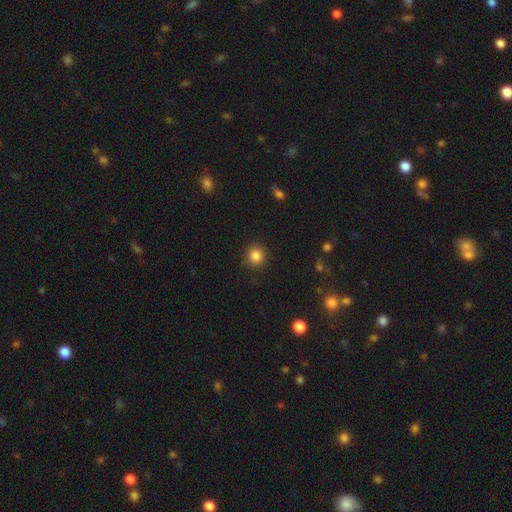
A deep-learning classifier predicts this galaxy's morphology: Q: Smooth or featured?
A: smooth (85%); runner-up: star or artifact (11%)
Q: How rounded?
A: round (91%); runner-up: in between (8%)
Q: Merging?
A: none (89%); runner-up: minor disturbance (7%)